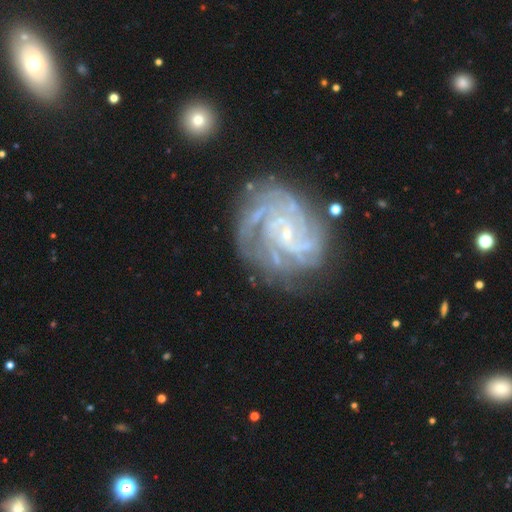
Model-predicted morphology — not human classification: type=featured or disk (89%); edge-on=no (98%); bar=no (57%); spiral arms=yes (98%); winding=tight (68%); arm count=4 (23%); bulge=small (82%); merging=none (73%).